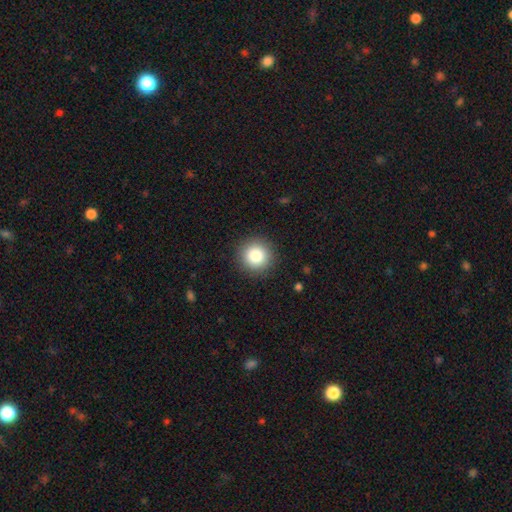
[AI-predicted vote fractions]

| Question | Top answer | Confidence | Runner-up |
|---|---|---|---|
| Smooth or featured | smooth | 84% | star or artifact (10%) |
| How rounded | round | 95% | in between (4%) |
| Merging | none | 91% | minor disturbance (6%) |